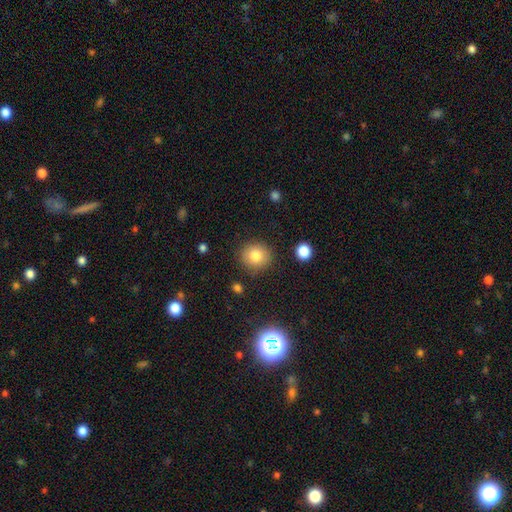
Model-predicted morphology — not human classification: smooth-or-featured: smooth: 81% | star or artifact: 11% | featured or disk: 9%
  how-rounded: round: 87% | in between: 12% | cigar-shaped: 1%
  merging: none: 86% | minor disturbance: 9% | major disturbance: 3% | merger: 2%